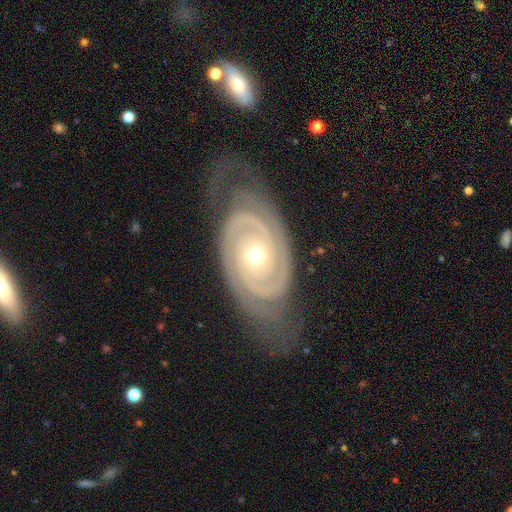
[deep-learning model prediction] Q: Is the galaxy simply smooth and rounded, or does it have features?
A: featured or disk — 92%.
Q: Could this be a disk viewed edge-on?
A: no — 97%.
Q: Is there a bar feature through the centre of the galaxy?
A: no — 79%.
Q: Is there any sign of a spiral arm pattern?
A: yes — 98%.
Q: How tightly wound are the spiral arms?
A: tight — 79%.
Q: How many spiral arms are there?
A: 2 — 84%.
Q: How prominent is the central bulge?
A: small — 49%.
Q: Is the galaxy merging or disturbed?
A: none — 71%.